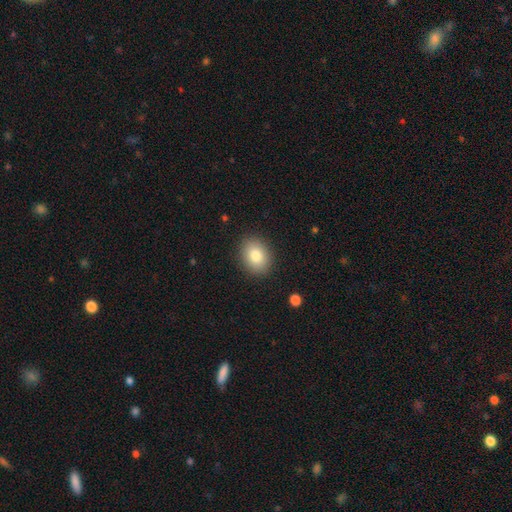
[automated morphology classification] This is clearly a smooth galaxy (82%). How rounded: possibly in between (51%). Merging: clearly none (89%).